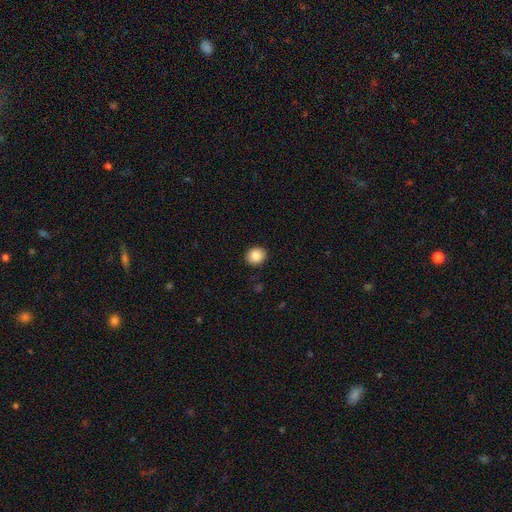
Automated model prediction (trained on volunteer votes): Smooth or featured: smooth — 87% (star or artifact — 9%)
How rounded: round — 79% (in between — 20%)
Merging: none — 91% (minor disturbance — 6%)